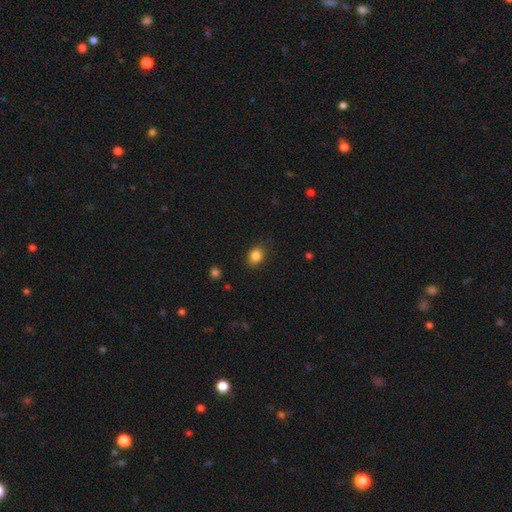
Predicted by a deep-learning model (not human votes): smooth 85%, star or artifact 10%, featured or disk 4%. Down the decision tree: how rounded — in between (51%); merging — none (85%).